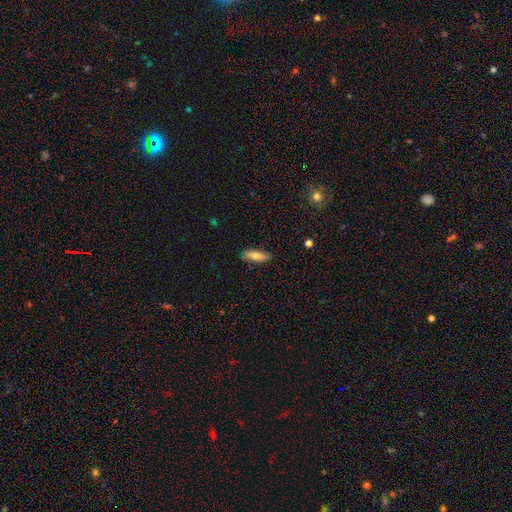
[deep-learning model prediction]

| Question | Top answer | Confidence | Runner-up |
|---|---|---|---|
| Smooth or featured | smooth | 67% | featured or disk (27%) |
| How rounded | cigar-shaped | 50% | in between (47%) |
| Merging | none | 81% | minor disturbance (15%) |